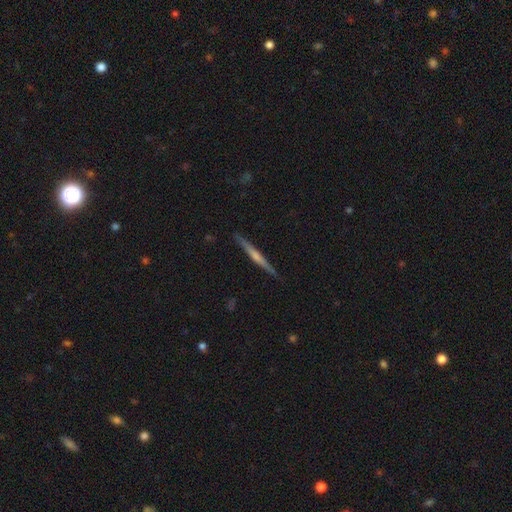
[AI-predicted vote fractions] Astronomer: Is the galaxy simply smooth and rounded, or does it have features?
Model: featured or disk — 66%.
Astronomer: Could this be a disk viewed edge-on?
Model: yes — 98%.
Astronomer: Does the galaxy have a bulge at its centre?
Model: rounded — 52% (runner-up: none, 37%).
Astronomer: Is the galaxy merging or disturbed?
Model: none — 90%.